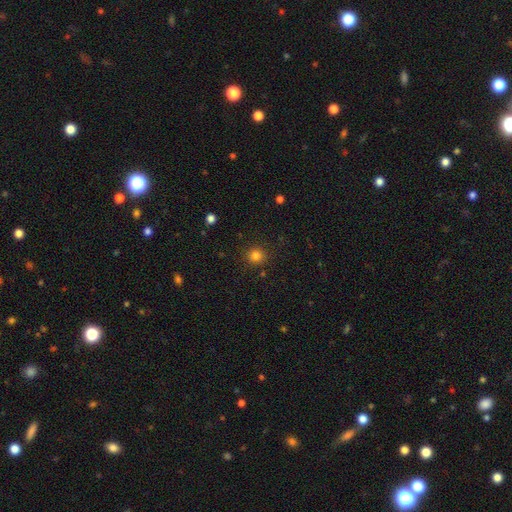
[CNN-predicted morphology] smooth-or-featured: smooth: 82% | star or artifact: 14% | featured or disk: 5%
  how-rounded: round: 91% | in between: 8% | cigar-shaped: 1%
  merging: none: 90% | minor disturbance: 7% | major disturbance: 2% | merger: 1%